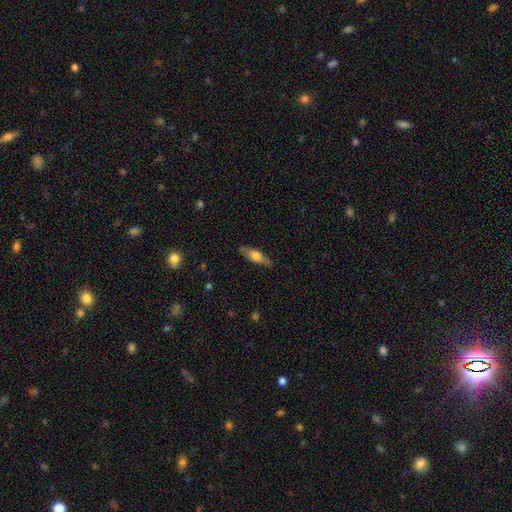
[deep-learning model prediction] A smooth galaxy with no disk features (56%) that is in between round and cigar-shaped (50%).

Vote fractions:
- Smooth or featured? smooth: 56% / featured or disk: 38% / star or artifact: 6%
- How rounded? in between: 50% / cigar-shaped: 47% / round: 3%
- Merging? none: 80% / minor disturbance: 15% / major disturbance: 3% / merger: 2%